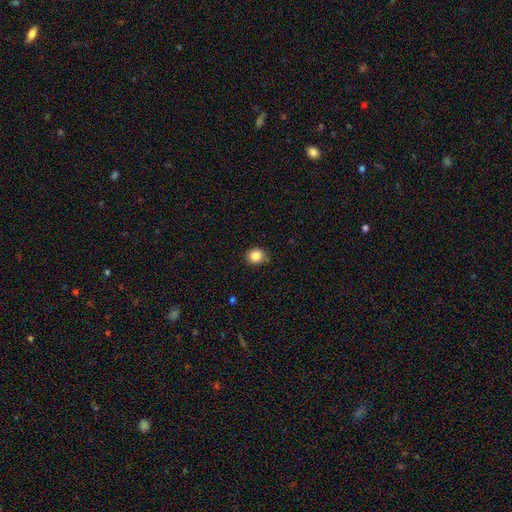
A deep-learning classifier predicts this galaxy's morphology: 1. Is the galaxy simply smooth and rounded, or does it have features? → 86% smooth, 10% star or artifact, 4% featured or disk.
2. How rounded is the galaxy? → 79% round, 20% in between, 1% cigar-shaped.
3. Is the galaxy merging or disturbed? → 84% none, 13% minor disturbance, 2% major disturbance, 1% merger.